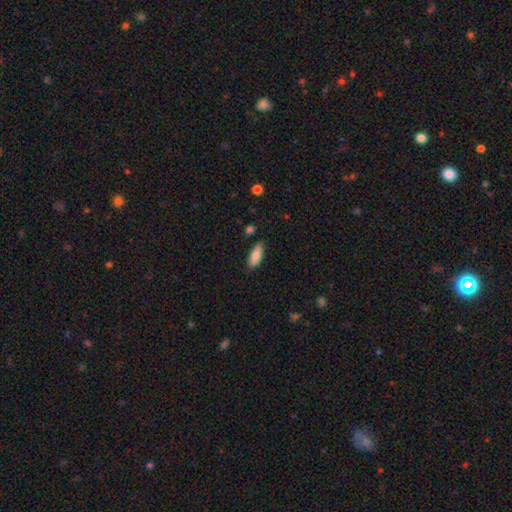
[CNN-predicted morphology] A smooth galaxy with no disk features (79%) that is in between round and cigar-shaped (75%). Merging: none (79%).